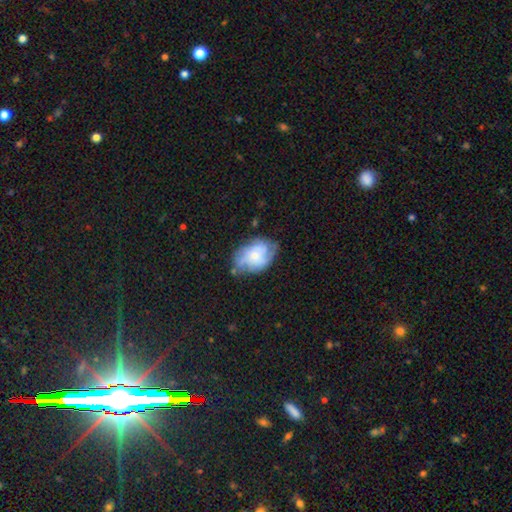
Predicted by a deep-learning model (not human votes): Overall: featured or disk (52%; smooth 40%). Edge-on disk: no (97%). Bar: no (79%). Spiral arms: yes (73%). Bulge size: small (45%; moderate 31%). Merging: none (50%; minor disturbance 32%).